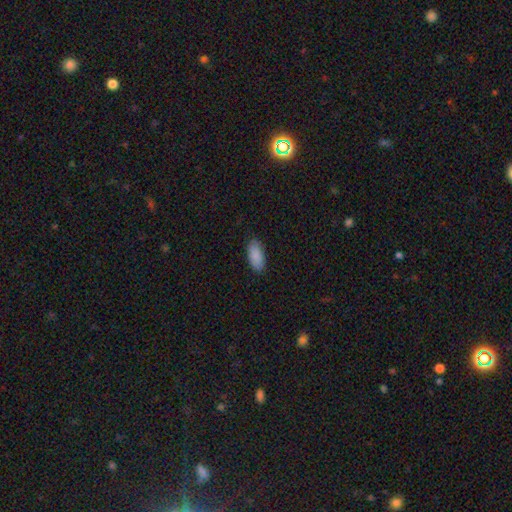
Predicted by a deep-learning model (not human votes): Q: Smooth or featured?
A: smooth (89%); runner-up: star or artifact (6%)
Q: How rounded?
A: in between (92%); runner-up: cigar-shaped (6%)
Q: Merging?
A: none (86%); runner-up: minor disturbance (11%)